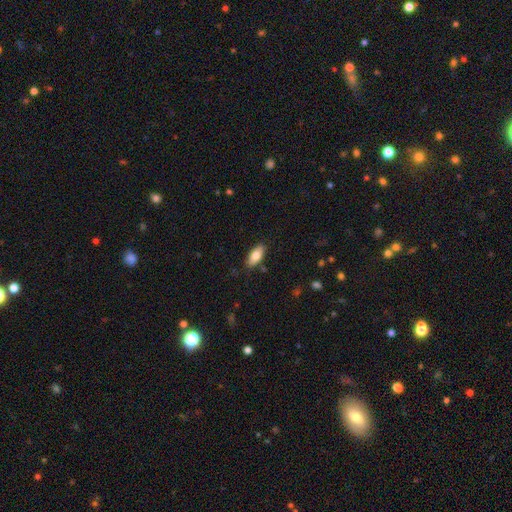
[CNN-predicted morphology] A smooth galaxy with no disk features (79%) that is in between round and cigar-shaped (88%).

Vote fractions:
- Smooth or featured? smooth: 79% / featured or disk: 15% / star or artifact: 6%
- How rounded? in between: 88% / cigar-shaped: 10% / round: 2%
- Merging? none: 86% / minor disturbance: 11% / major disturbance: 2% / merger: 2%